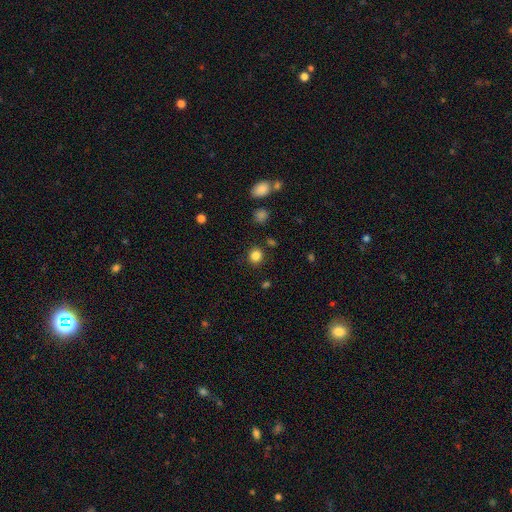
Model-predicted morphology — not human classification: type=smooth (84%); roundness=round (87%); merging=none (89%).